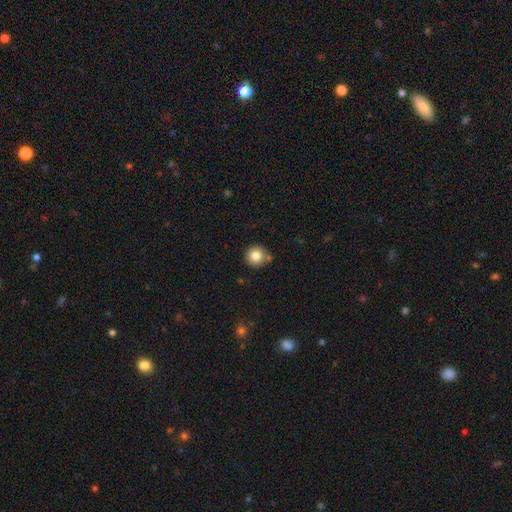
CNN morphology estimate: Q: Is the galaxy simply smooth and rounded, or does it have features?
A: smooth — 82%.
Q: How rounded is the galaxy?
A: round — 94%.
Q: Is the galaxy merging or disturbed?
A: none — 79%.